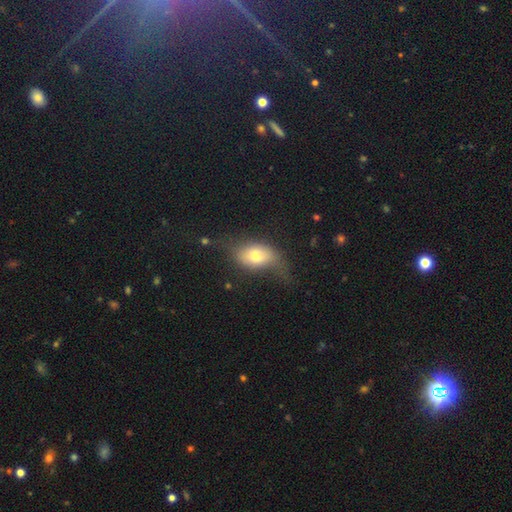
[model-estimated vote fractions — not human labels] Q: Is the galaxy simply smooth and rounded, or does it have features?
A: smooth — 65%.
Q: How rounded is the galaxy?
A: in between — 84%.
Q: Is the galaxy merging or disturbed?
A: none — 41%.